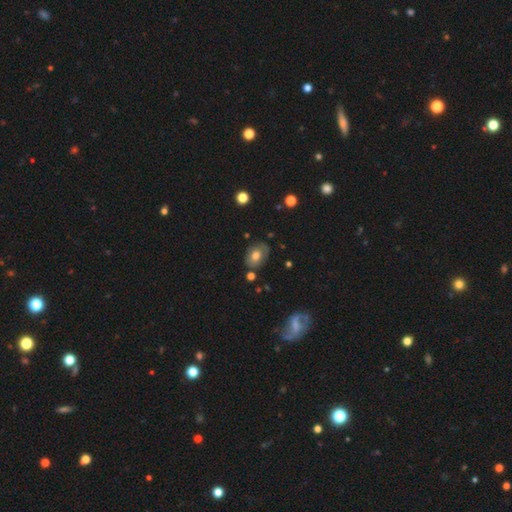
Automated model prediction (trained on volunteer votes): Smooth or featured?
  - smooth: 62% *
  - featured or disk: 29%
  - star or artifact: 9%
How rounded?
  - in between: 69% *
  - round: 30%
  - cigar-shaped: 1%
Merging?
  - none: 74% *
  - minor disturbance: 18%
  - major disturbance: 5%
  - merger: 3%